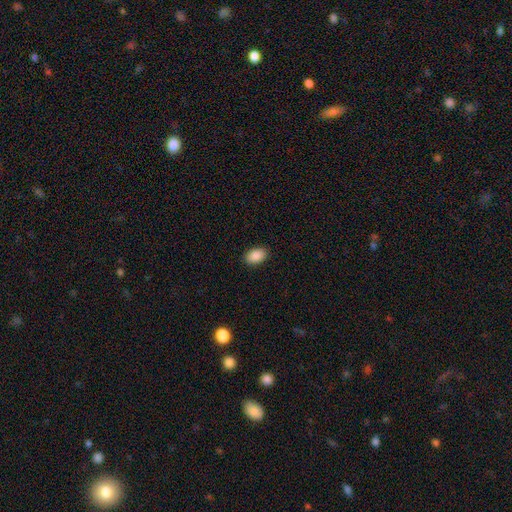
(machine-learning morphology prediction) Smooth or featured? Predicted: smooth (p=0.89). How rounded? Predicted: in between (p=0.90). Merging? Predicted: none (p=0.90).